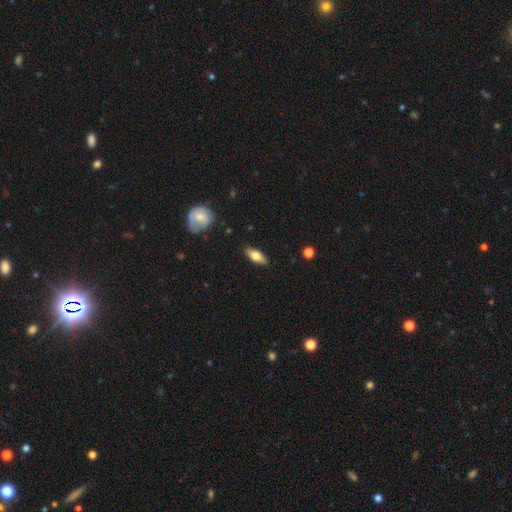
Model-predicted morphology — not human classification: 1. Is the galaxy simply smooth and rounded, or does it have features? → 66% smooth, 28% featured or disk, 6% star or artifact.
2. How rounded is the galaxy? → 75% in between, 21% cigar-shaped, 3% round.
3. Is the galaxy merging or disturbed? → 87% none, 10% minor disturbance, 2% major disturbance, 1% merger.